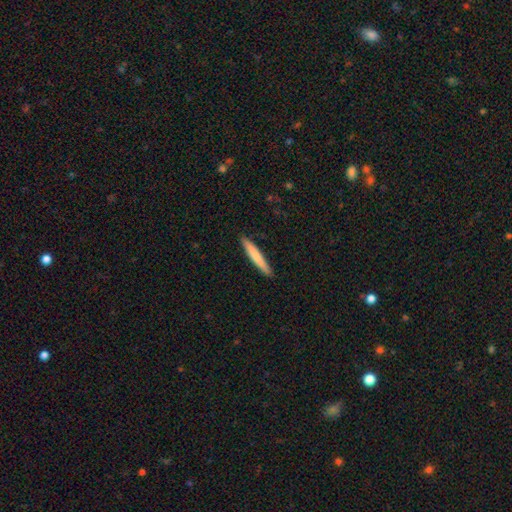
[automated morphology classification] type=smooth (73%); roundness=cigar-shaped (95%); merging=none (90%).